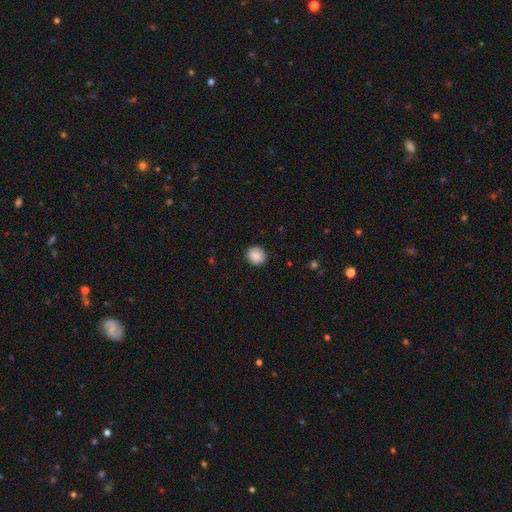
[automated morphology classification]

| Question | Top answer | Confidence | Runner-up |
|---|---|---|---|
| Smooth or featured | smooth | 88% | star or artifact (8%) |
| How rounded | round | 82% | in between (17%) |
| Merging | none | 90% | minor disturbance (8%) |